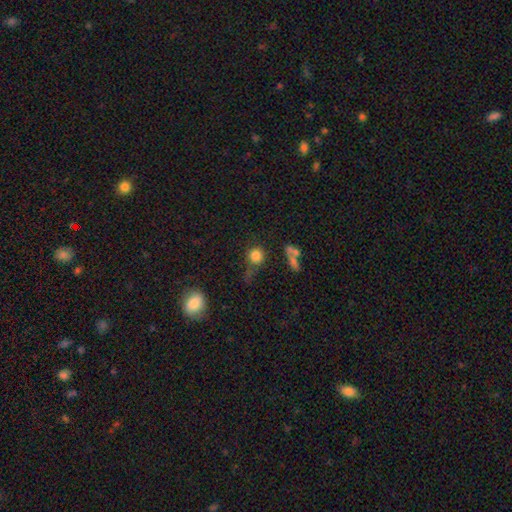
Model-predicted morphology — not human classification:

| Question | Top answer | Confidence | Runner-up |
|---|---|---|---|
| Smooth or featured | smooth | 78% | star or artifact (14%) |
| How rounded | round | 86% | in between (12%) |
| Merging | none | 53% | minor disturbance (18%) |